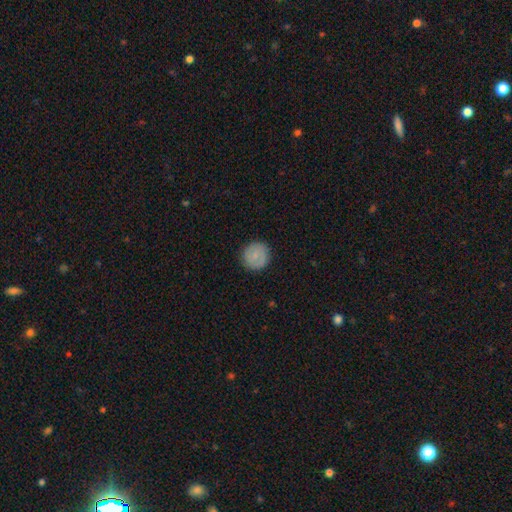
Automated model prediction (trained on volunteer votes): Smooth or featured? Predicted: smooth (p=0.77). How rounded? Predicted: round (p=0.94). Merging? Predicted: none (p=0.89).